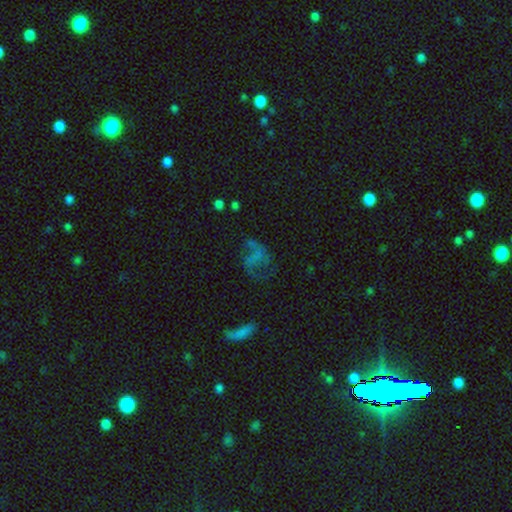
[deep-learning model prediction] The model was most divided on "merging": none: 39%, major disturbance: 36%, minor disturbance: 17%, merger: 8%. Remaining: smooth or featured — featured or disk (48%).